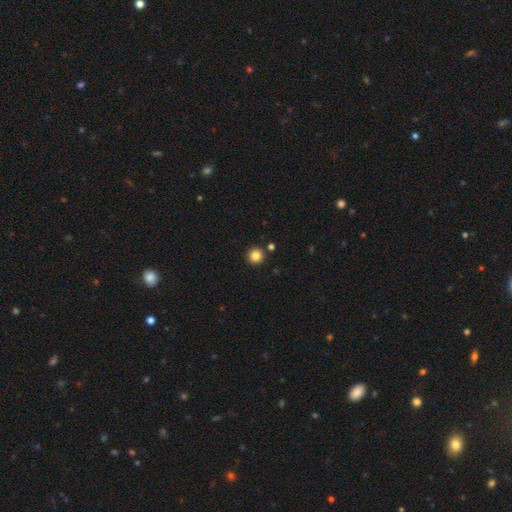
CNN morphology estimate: smooth_or_featured: smooth (p=0.84) [alt: star or artifact p=0.11]
how_rounded: round (p=0.95) [alt: in between p=0.04]
merging: none (p=0.90) [alt: minor disturbance p=0.05]